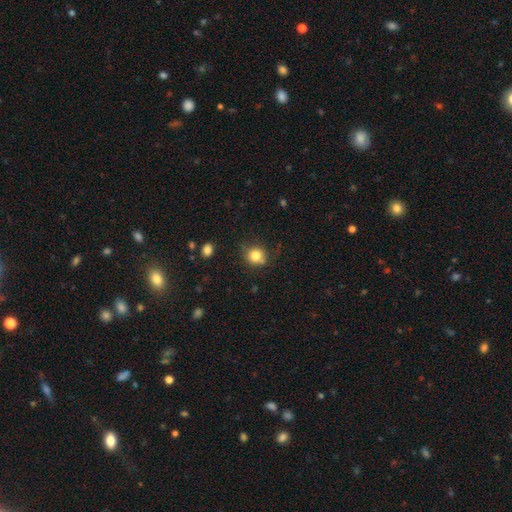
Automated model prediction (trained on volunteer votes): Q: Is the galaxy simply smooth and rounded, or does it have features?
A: smooth — 81%.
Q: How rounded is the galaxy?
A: round — 87%.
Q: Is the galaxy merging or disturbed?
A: none — 76%.